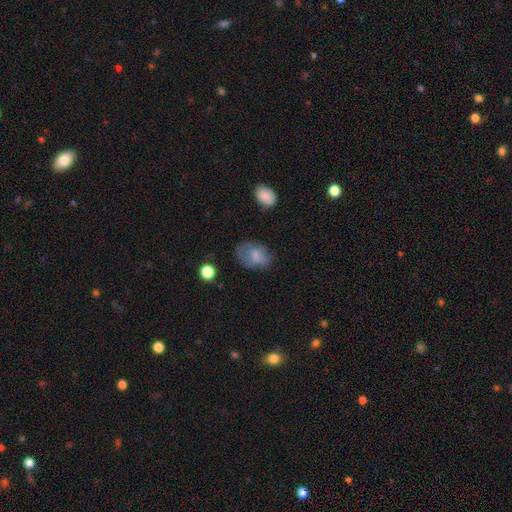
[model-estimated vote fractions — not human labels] Smooth or featured? Predicted: smooth (p=0.71). How rounded? Predicted: in between (p=0.78). Merging? Predicted: none (p=0.55).